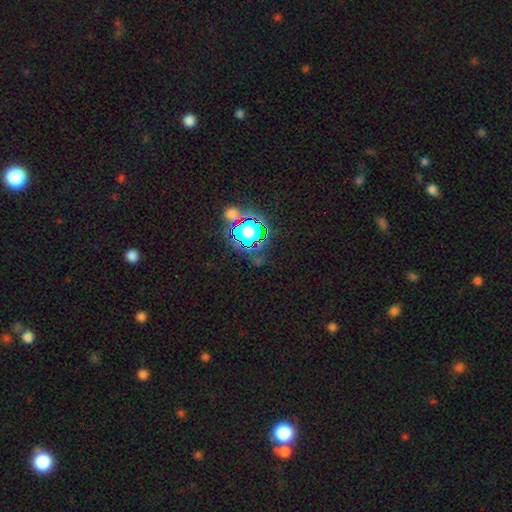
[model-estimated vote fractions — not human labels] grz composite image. It shows a star or artifact, not a galaxy (75%).